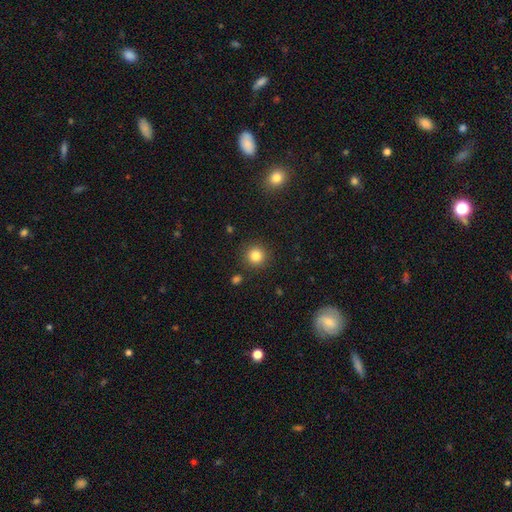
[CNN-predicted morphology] Q: Smooth or featured?
A: smooth (84%); runner-up: star or artifact (11%)
Q: How rounded?
A: round (94%); runner-up: in between (5%)
Q: Merging?
A: none (89%); runner-up: minor disturbance (6%)